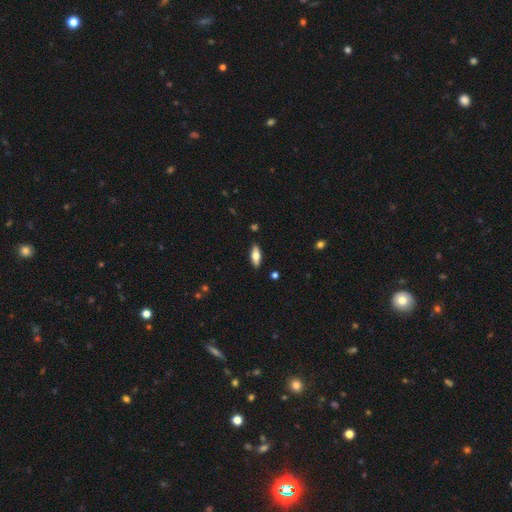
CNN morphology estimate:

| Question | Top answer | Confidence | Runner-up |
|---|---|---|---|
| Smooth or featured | smooth | 67% | featured or disk (26%) |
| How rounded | in between | 70% | cigar-shaped (28%) |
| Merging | none | 88% | minor disturbance (9%) |